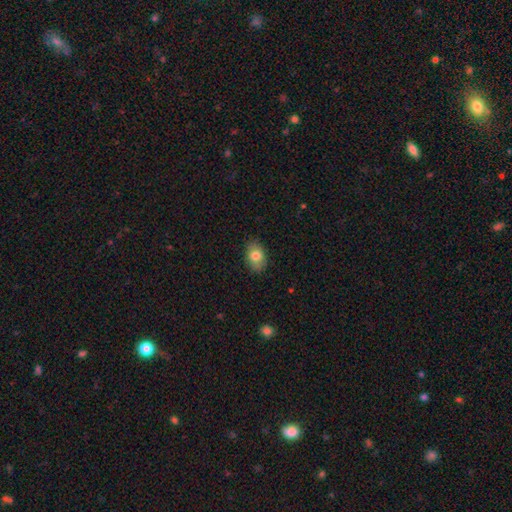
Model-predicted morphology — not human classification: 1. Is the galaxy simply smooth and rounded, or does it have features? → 79% smooth, 13% featured or disk, 8% star or artifact.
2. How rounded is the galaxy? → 83% in between, 16% round, 1% cigar-shaped.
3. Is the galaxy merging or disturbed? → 86% none, 11% minor disturbance, 2% major disturbance, 1% merger.